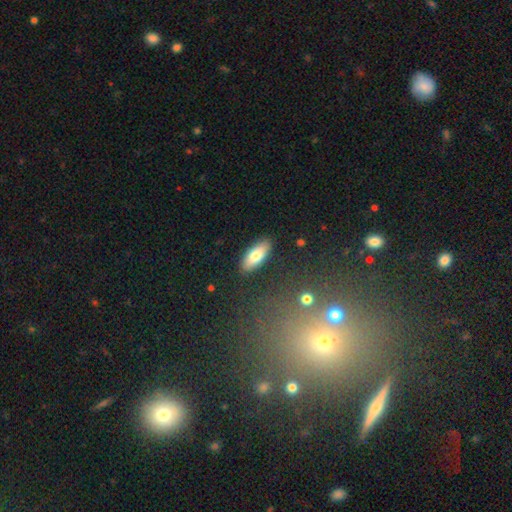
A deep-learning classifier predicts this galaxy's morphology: Overall: smooth (76%). How rounded: in between (77%). Merging: none (88%).